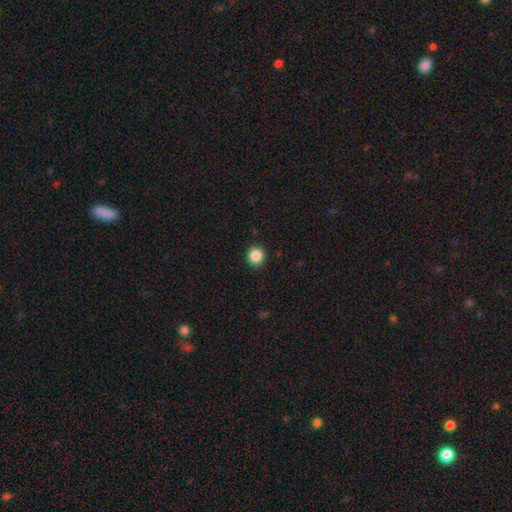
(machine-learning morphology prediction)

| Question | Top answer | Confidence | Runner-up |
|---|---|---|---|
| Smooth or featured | smooth | 87% | star or artifact (10%) |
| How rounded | round | 94% | in between (5%) |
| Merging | none | 92% | minor disturbance (5%) |